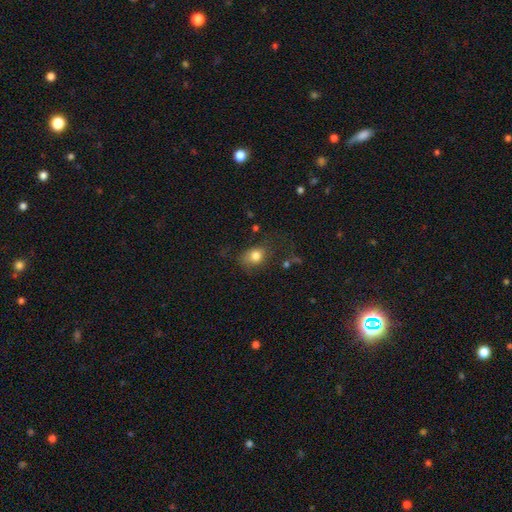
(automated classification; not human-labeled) A smooth galaxy with no disk features (80%) that is in between round and cigar-shaped (58%). Merging: none (61%).